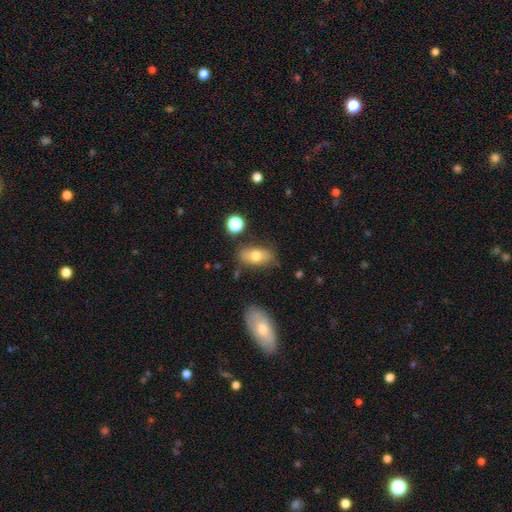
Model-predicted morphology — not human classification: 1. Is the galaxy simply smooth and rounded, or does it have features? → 70% smooth, 21% featured or disk, 9% star or artifact.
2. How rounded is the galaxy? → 89% in between, 7% round, 5% cigar-shaped.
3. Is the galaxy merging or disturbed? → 75% none, 16% minor disturbance, 4% merger, 4% major disturbance.